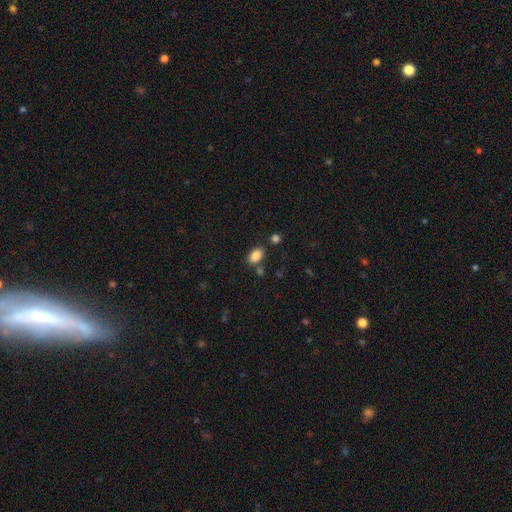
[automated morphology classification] This appears to be a smooth galaxy with no disk features (87%) that is in between round and cigar-shaped (87%). Merging: none (76%).